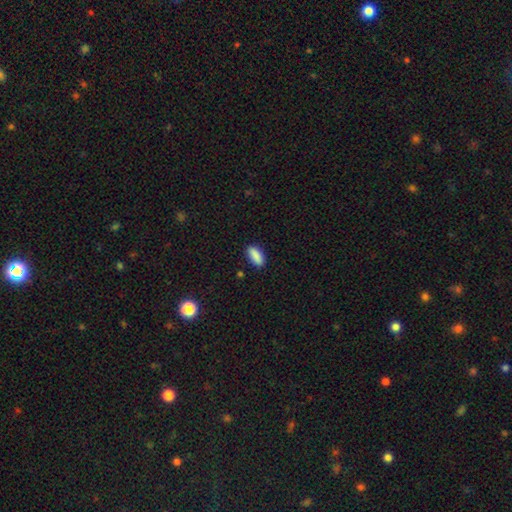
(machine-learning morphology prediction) Smooth or featured? smooth (89%)
How rounded? in between (76%)
Merging? none (86%)